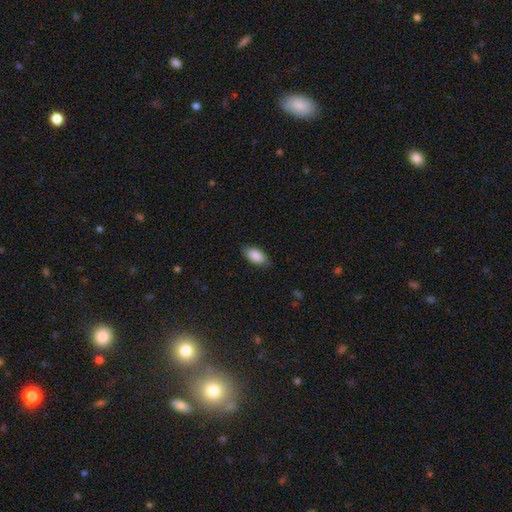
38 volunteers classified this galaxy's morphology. smooth_or_featured: smooth (p=0.87) [alt: star or artifact p=0.08]
how_rounded: in between (p=1.00)
merging: none (p=0.86) [alt: minor disturbance p=0.14]